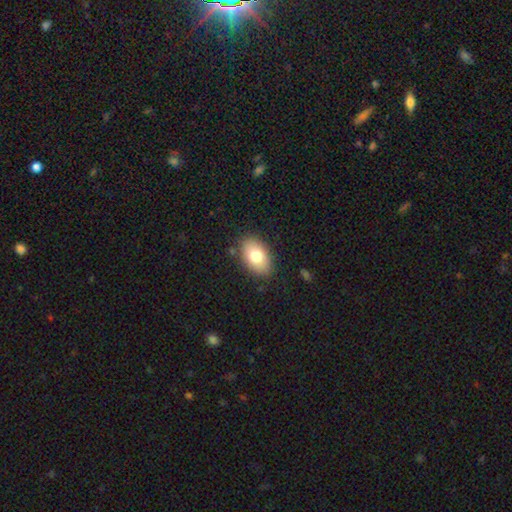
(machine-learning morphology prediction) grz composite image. It shows a smooth galaxy with no disk features (78%) that is in between round and cigar-shaped (91%). Merging: none (85%).